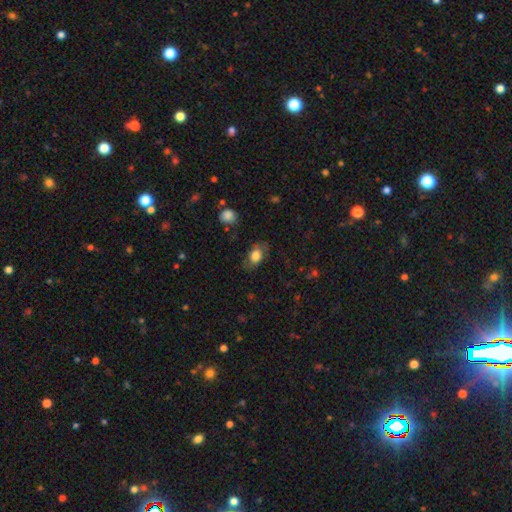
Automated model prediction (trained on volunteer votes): smooth 75%, featured or disk 17%, star or artifact 8%. Down the decision tree: how rounded — in between (84%); merging — none (73%).